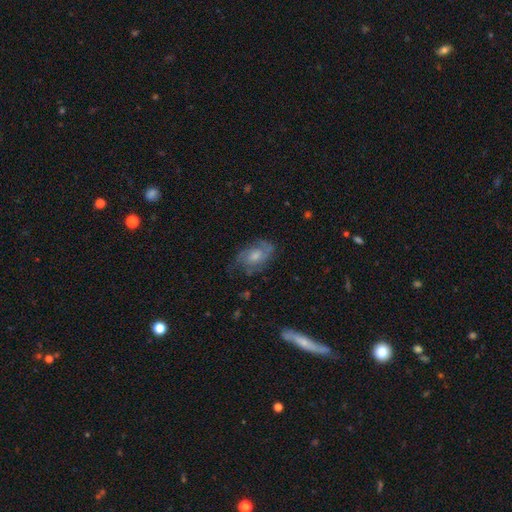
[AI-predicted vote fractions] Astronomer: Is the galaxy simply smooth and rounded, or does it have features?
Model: featured or disk — 67%.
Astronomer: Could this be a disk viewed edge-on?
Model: no — 96%.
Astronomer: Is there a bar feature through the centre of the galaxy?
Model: no — 65%.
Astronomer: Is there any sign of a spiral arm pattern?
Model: yes — 88%.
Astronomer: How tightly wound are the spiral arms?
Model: medium — 46% (runner-up: tight, 35%).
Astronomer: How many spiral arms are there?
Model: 2 — 50% (runner-up: can't tell, 25%).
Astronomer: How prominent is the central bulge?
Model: moderate — 48% (runner-up: small, 35%).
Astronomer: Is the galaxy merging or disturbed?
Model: none — 62%.